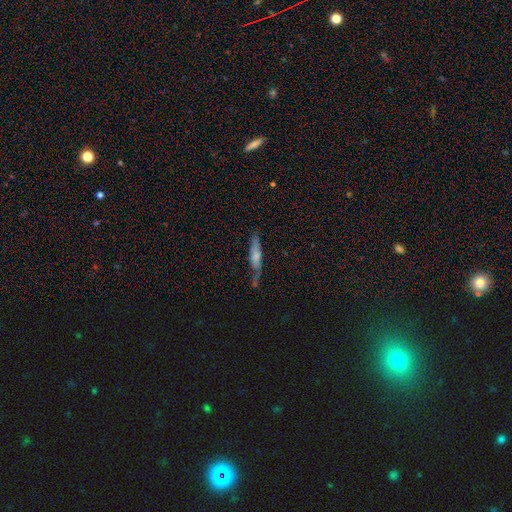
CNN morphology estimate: smooth_or_featured: smooth (p=0.60) [alt: featured or disk p=0.33]
how_rounded: cigar-shaped (p=0.80) [alt: in between p=0.18]
merging: none (p=0.56) [alt: minor disturbance p=0.28]